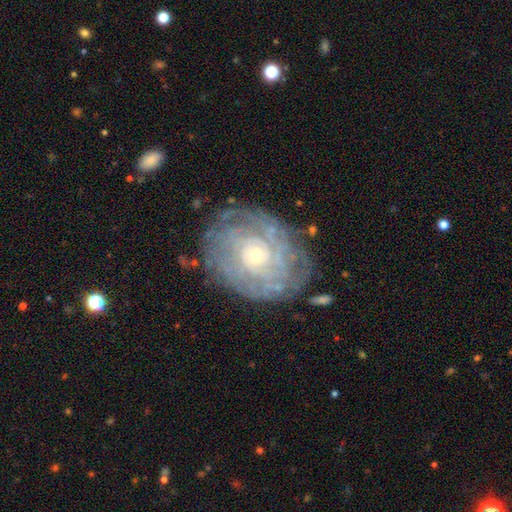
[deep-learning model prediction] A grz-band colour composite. It shows a featured or disk galaxy (79%) with no bar (81%), tight (79%) spiral arms (84%) and a small central bulge (67%). Merging: none (76%).